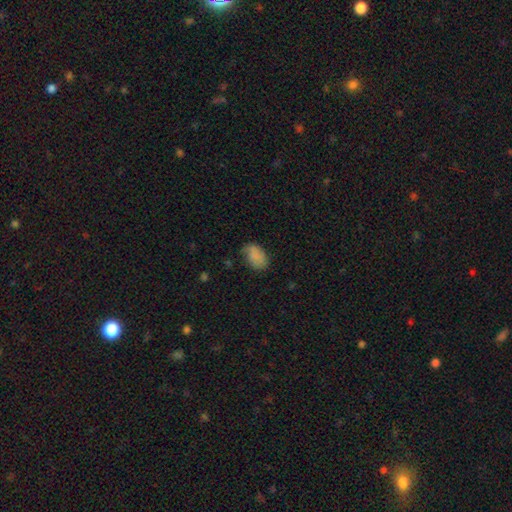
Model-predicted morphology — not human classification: smooth 81%, featured or disk 11%, star or artifact 9%. Down the decision tree: how rounded — in between (90%); merging — none (59%).